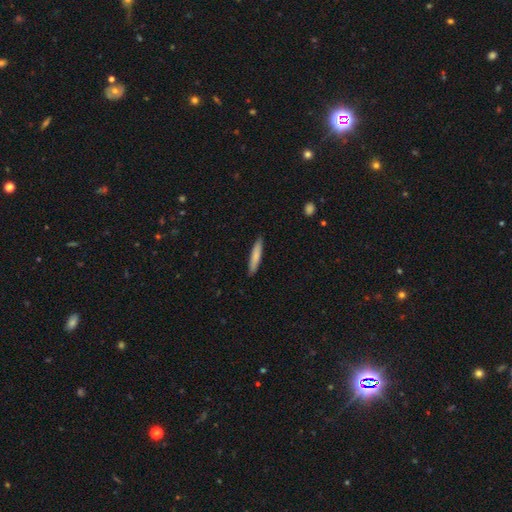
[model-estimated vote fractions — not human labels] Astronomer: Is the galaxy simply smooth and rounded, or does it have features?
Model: smooth — 79%.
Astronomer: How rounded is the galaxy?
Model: cigar-shaped — 91%.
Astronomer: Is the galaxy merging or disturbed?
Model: none — 90%.